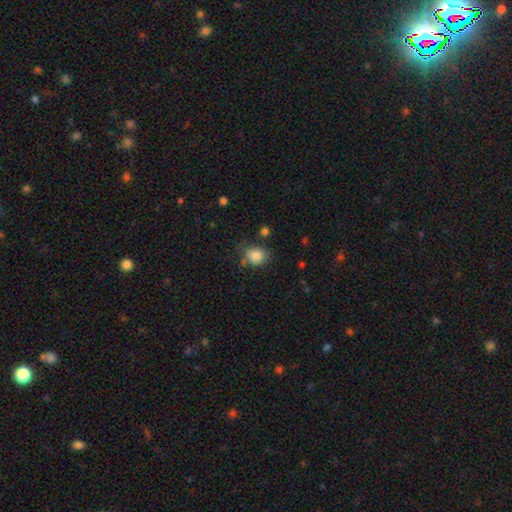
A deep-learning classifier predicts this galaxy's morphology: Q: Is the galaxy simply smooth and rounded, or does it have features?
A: smooth — 83%.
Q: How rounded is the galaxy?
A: round — 56%.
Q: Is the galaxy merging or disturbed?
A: none — 63%.